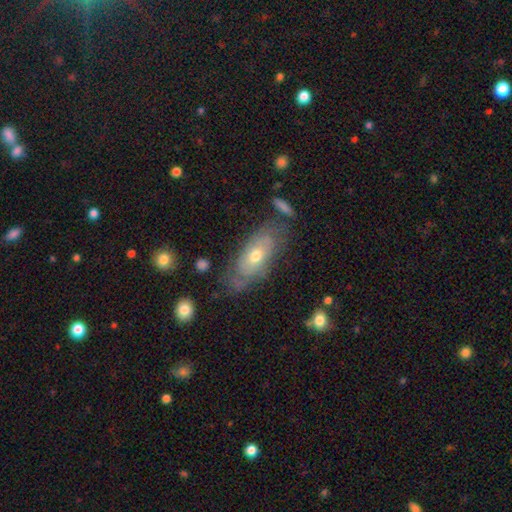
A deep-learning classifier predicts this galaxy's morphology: Q: Smooth or featured?
A: featured or disk (56%); runner-up: smooth (37%)
Q: Edge-on disk?
A: no (85%); runner-up: yes (15%)
Q: Merging?
A: none (62%); runner-up: minor disturbance (23%)